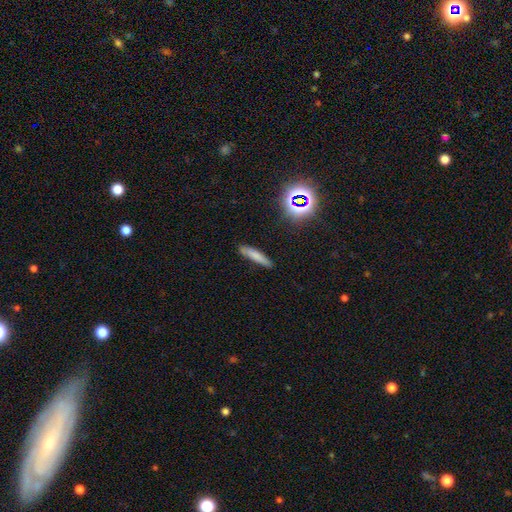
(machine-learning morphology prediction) Smooth or featured? smooth (74%)
How rounded? cigar-shaped (85%)
Merging? none (82%)